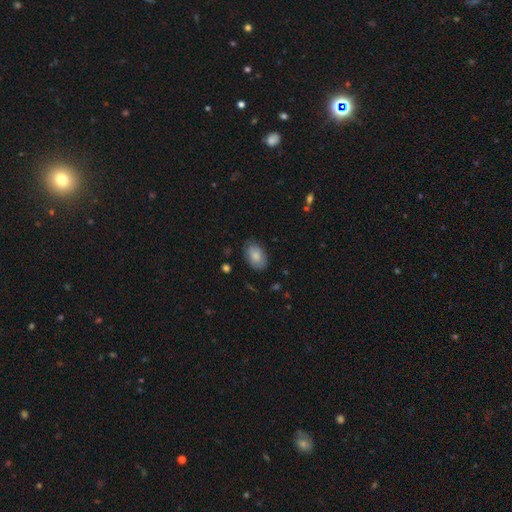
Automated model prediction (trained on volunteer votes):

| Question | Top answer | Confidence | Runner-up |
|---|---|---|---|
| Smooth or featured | smooth | 81% | featured or disk (13%) |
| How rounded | in between | 90% | round (9%) |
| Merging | none | 80% | minor disturbance (16%) |